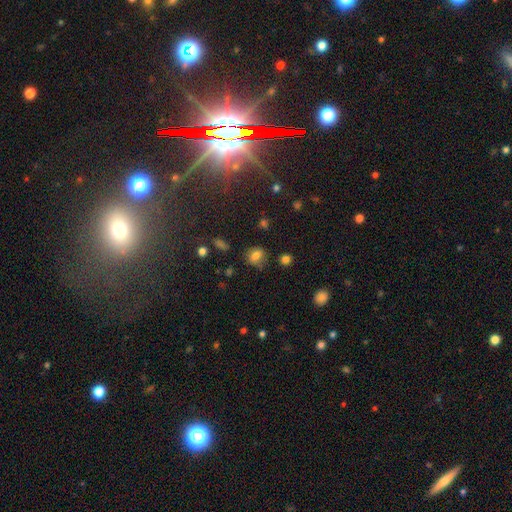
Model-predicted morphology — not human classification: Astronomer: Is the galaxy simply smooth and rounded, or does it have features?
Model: smooth — 76%.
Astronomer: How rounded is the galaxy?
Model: round — 50% (runner-up: in between, 49%).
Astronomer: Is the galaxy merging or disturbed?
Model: none — 69%.